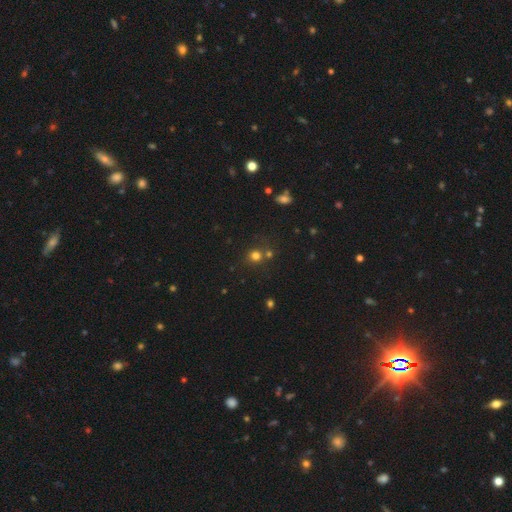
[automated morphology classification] smooth 73%, star or artifact 20%, featured or disk 7%. Down the decision tree: how rounded — round (87%); merging — none (67%).